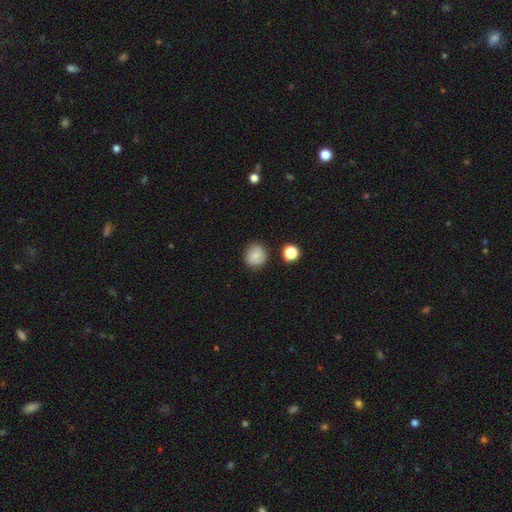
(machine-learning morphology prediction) smooth-or-featured: smooth: 81% | star or artifact: 10% | featured or disk: 10%
  how-rounded: round: 90% | in between: 9% | cigar-shaped: 1%
  merging: none: 85% | minor disturbance: 10% | merger: 3% | major disturbance: 2%